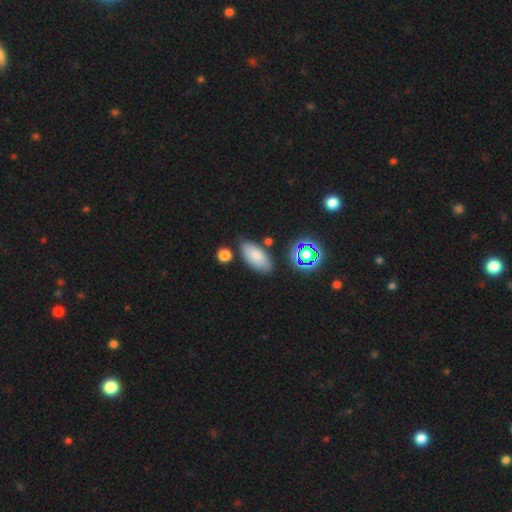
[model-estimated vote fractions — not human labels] Smooth or featured? Predicted: smooth (p=0.80). How rounded? Predicted: in between (p=0.91). Merging? Predicted: none (p=0.76).